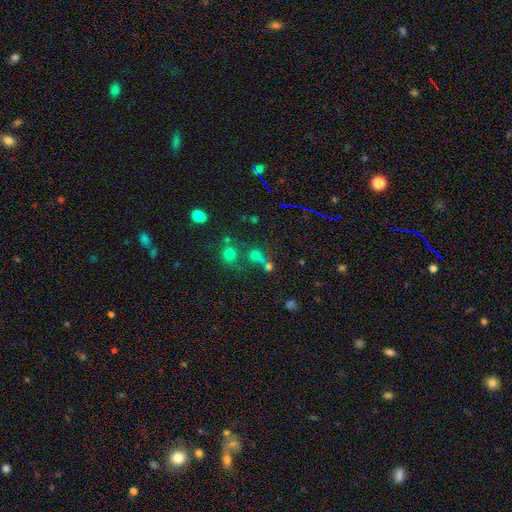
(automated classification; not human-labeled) smooth_or_featured: smooth (p=0.61) [alt: star or artifact p=0.29]
how_rounded: round (p=0.80) [alt: in between p=0.18]
merging: none (p=0.55) [alt: merger p=0.28]